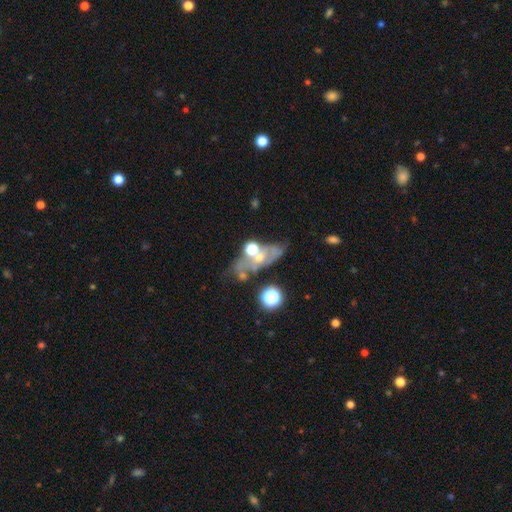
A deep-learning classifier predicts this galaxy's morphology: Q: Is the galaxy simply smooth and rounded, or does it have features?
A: featured or disk — 48%.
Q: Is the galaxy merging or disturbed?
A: none — 39%.